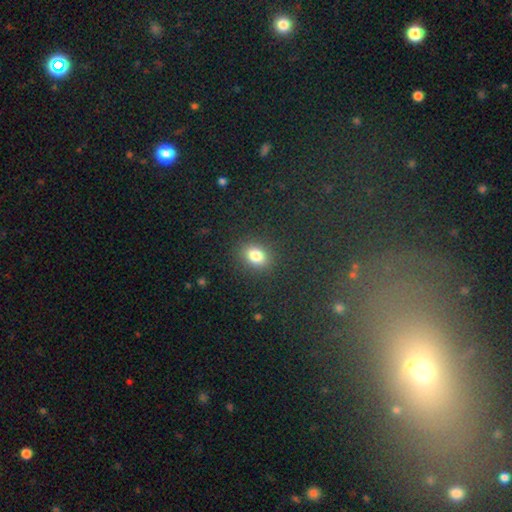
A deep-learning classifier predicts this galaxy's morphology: A smooth galaxy with no disk features (81%) that is in between round and cigar-shaped (61%).

Vote fractions:
- Smooth or featured? smooth: 81% / star or artifact: 12% / featured or disk: 7%
- How rounded? in between: 61% / round: 37% / cigar-shaped: 2%
- Merging? none: 87% / minor disturbance: 8% / major disturbance: 3% / merger: 1%